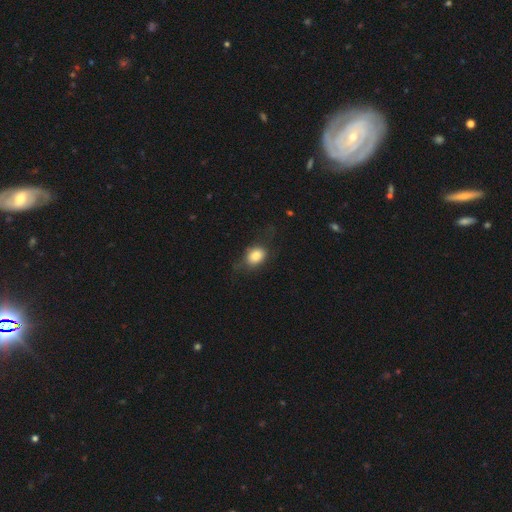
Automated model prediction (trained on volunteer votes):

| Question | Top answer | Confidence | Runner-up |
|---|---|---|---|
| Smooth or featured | smooth | 81% | featured or disk (10%) |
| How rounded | in between | 60% | round (38%) |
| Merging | none | 61% | minor disturbance (24%) |